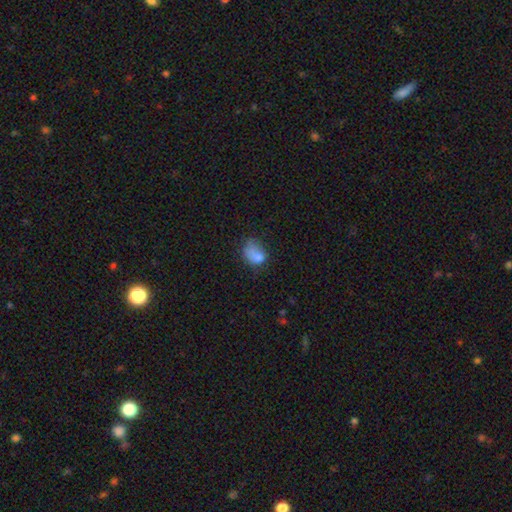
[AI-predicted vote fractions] Smooth or featured?
  - smooth: 73% *
  - featured or disk: 15%
  - star or artifact: 11%
How rounded?
  - in between: 65% *
  - round: 33%
  - cigar-shaped: 1%
Merging?
  - major disturbance: 32% *
  - minor disturbance: 30%
  - none: 27%
  - merger: 10%